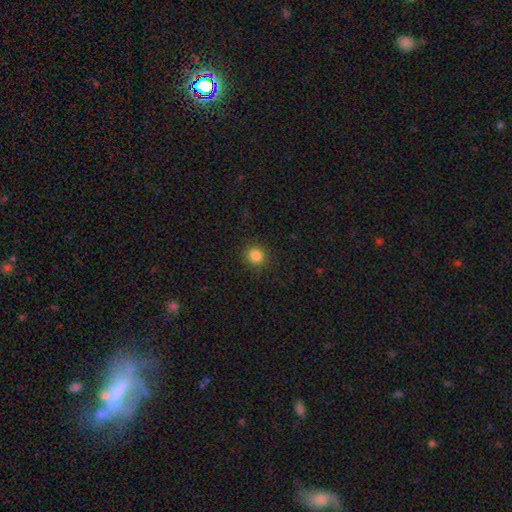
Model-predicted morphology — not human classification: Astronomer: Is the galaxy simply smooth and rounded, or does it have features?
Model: smooth — 84%.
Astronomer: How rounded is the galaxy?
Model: round — 89%.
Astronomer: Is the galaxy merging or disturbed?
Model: none — 89%.